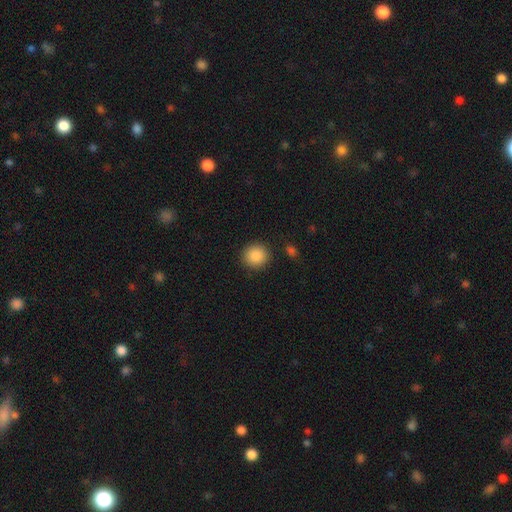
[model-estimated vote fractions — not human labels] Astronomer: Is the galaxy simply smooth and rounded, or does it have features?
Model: smooth — 88%.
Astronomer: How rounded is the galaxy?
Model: round — 90%.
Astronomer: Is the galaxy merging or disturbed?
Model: none — 90%.